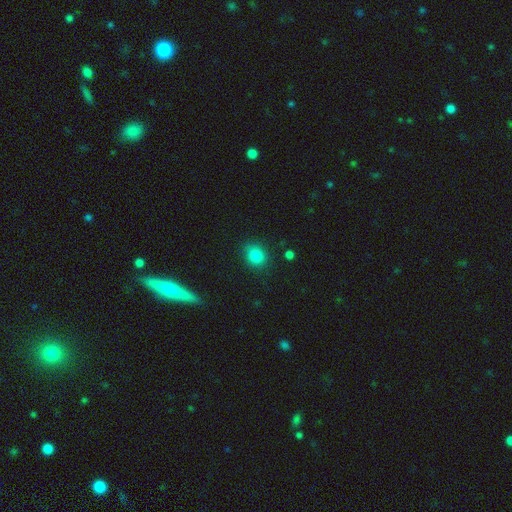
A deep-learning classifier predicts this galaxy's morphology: This appears to be a smooth galaxy with no disk features (83%) that is round (67%). Merging: none (83%).